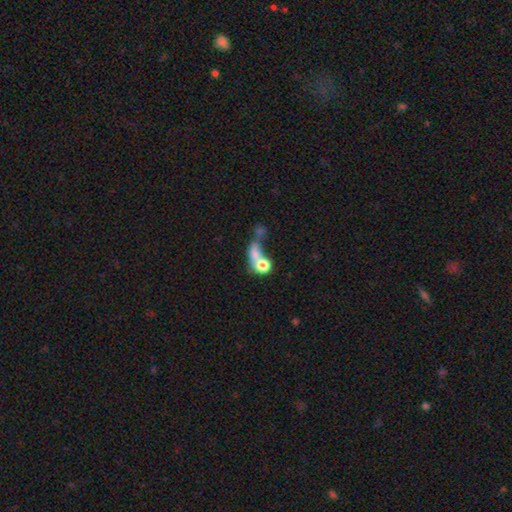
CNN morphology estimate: smooth-or-featured: smooth: 66% | featured or disk: 21% | star or artifact: 13%
  how-rounded: round: 51% | in between: 44% | cigar-shaped: 5%
  merging: merger: 57% | none: 19% | major disturbance: 16% | minor disturbance: 8%